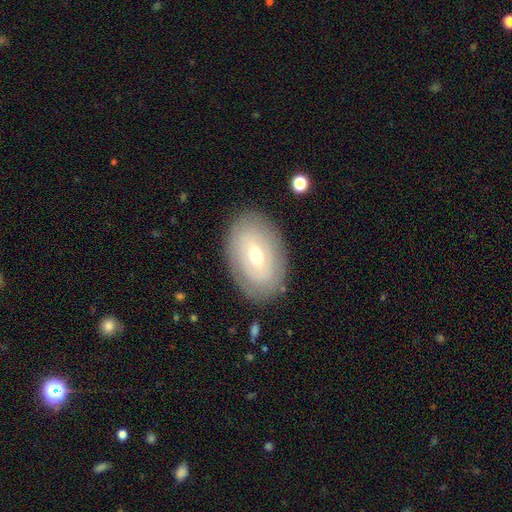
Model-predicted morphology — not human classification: featured or disk 54%, smooth 39%, star or artifact 7%. Down the decision tree: edge-on disk — no (91%); merging — none (83%).